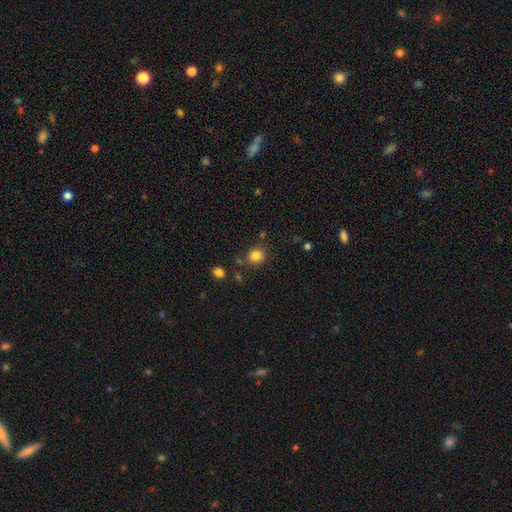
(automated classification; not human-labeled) smooth_or_featured: smooth (p=0.83) [alt: star or artifact p=0.12]
how_rounded: round (p=0.84) [alt: in between p=0.15]
merging: none (p=0.77) [alt: minor disturbance p=0.13]